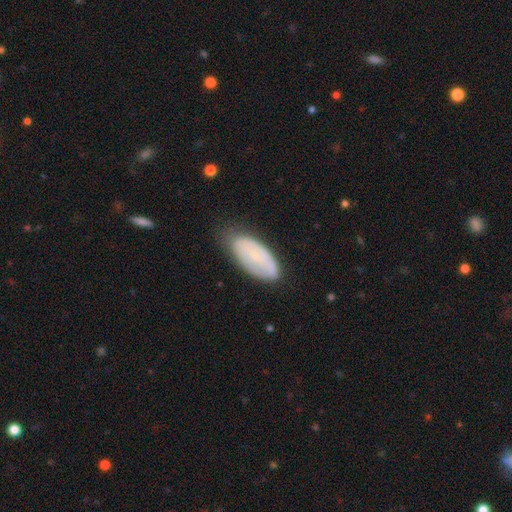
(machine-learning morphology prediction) This is possibly a smooth galaxy (59%). How rounded: clearly in between (88%). Merging: likely none (65%).